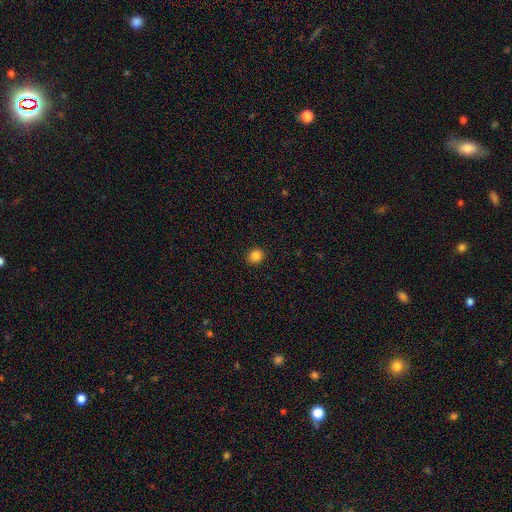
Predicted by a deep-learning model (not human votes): This is clearly a smooth galaxy (85%). How rounded: clearly round (81%). Merging: clearly none (92%).